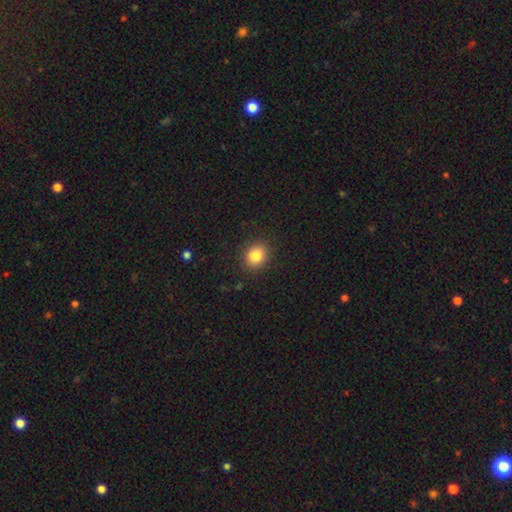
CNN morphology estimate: smooth 85%, star or artifact 10%, featured or disk 5%. Down the decision tree: how rounded — round (66%); merging — none (88%).